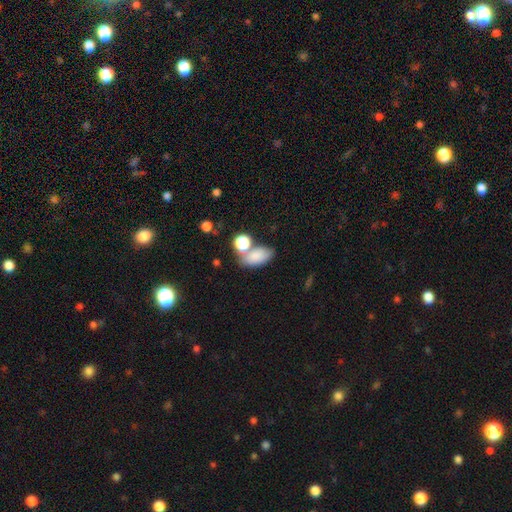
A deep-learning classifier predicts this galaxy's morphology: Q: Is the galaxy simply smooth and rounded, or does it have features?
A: smooth — 80%.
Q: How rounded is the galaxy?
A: in between — 88%.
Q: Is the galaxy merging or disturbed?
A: none — 50%.